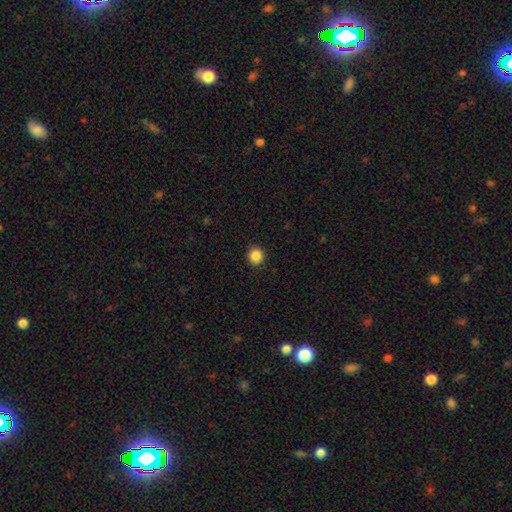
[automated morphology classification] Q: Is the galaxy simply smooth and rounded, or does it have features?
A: smooth — 87%.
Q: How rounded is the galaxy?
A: round — 88%.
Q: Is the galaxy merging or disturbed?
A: none — 92%.